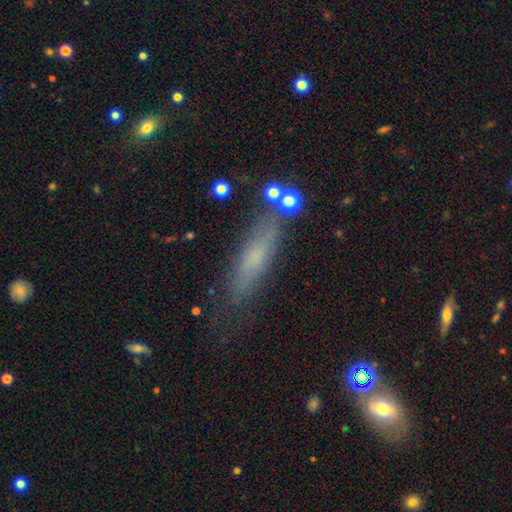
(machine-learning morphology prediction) Smooth or featured? Predicted: smooth (p=0.63). How rounded? Predicted: cigar-shaped (p=0.70). Merging? Predicted: none (p=0.72).